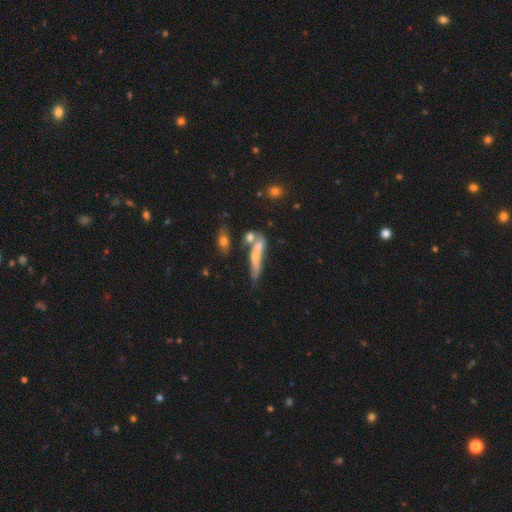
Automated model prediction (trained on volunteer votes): Smooth or featured? Predicted: featured or disk (p=0.45, tied with smooth). Merging? Predicted: none (p=0.39).